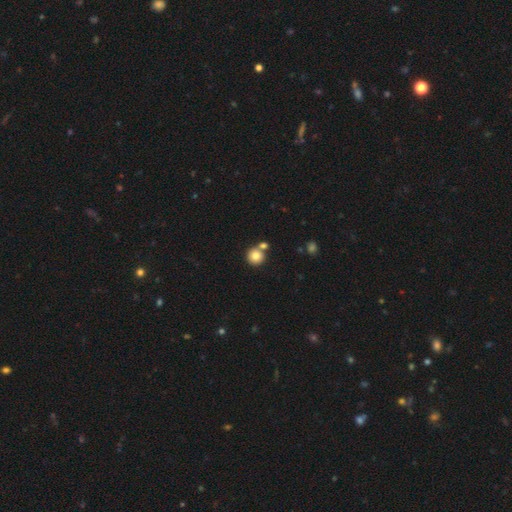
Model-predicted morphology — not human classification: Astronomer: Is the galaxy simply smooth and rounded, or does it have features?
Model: smooth — 83%.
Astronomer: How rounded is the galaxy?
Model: round — 93%.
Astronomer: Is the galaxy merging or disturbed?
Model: none — 65%.